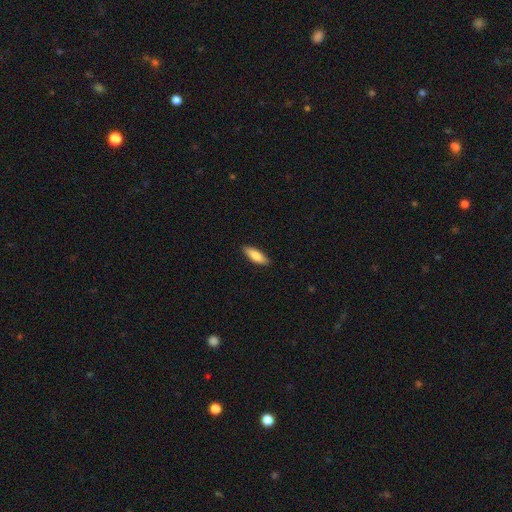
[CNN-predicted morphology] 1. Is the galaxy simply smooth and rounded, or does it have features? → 84% smooth, 11% featured or disk, 6% star or artifact.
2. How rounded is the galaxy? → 58% in between, 40% cigar-shaped, 2% round.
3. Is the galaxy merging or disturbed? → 88% none, 10% minor disturbance, 2% major disturbance, 1% merger.